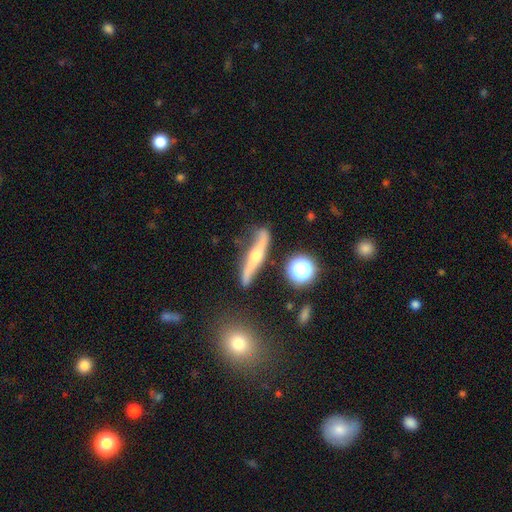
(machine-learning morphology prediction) Smooth or featured? Predicted: featured or disk (p=0.74). Edge-on disk? Predicted: yes (p=0.80). Edge-on bulge? Predicted: rounded (p=0.91). Merging? Predicted: none (p=0.75).